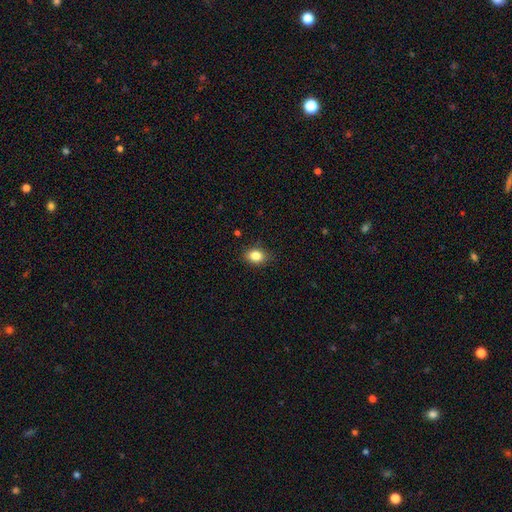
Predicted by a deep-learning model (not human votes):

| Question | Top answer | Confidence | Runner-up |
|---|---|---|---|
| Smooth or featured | smooth | 84% | star or artifact (10%) |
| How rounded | in between | 66% | round (33%) |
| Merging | none | 83% | minor disturbance (14%) |